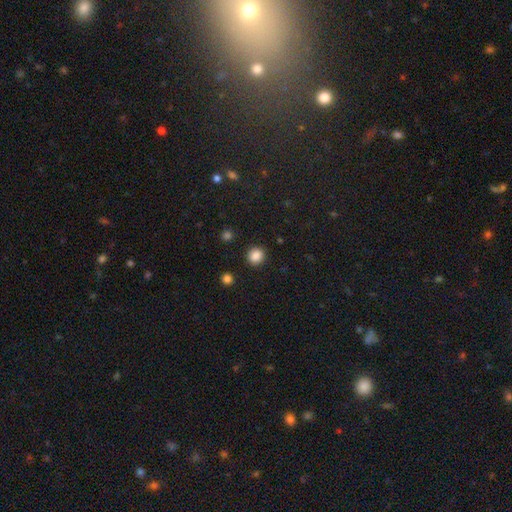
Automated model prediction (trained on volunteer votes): Morphology: type=smooth (87%); roundness=round (84%); merging=none (90%).